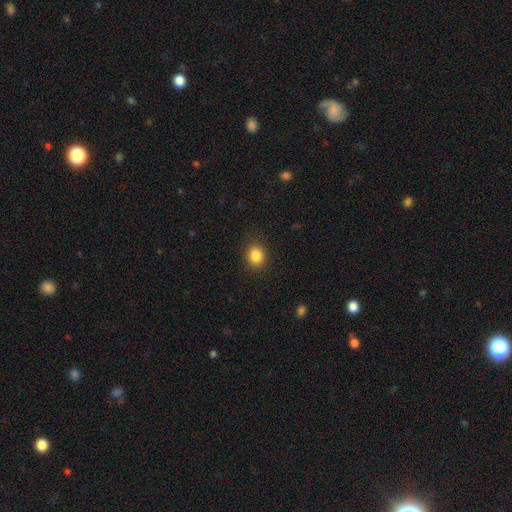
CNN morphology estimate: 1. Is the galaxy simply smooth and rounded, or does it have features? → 86% smooth, 10% star or artifact, 4% featured or disk.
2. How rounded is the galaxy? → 58% round, 41% in between, 1% cigar-shaped.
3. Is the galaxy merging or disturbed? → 88% none, 9% minor disturbance, 3% major disturbance, 1% merger.